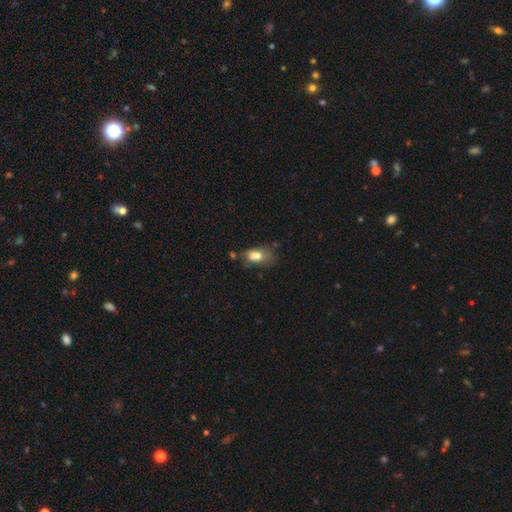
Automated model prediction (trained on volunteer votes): A smooth galaxy with no disk features (73%) that is in between round and cigar-shaped (86%).

Vote fractions:
- Smooth or featured? smooth: 73% / featured or disk: 17% / star or artifact: 10%
- How rounded? in between: 86% / round: 10% / cigar-shaped: 5%
- Merging? none: 37% / minor disturbance: 29% / major disturbance: 20% / merger: 14%